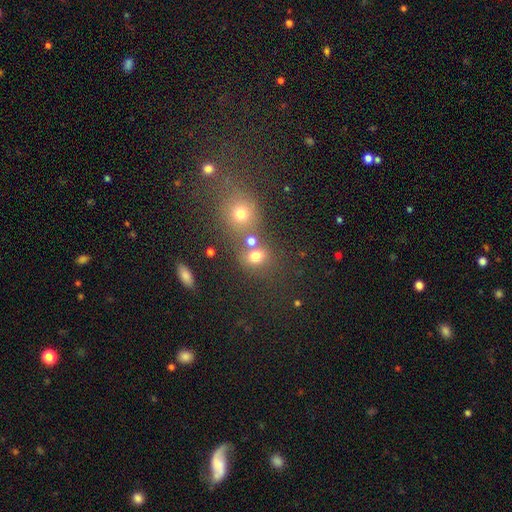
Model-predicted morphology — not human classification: Smooth or featured? smooth (71%)
How rounded? round (68%)
Merging? none (56%)